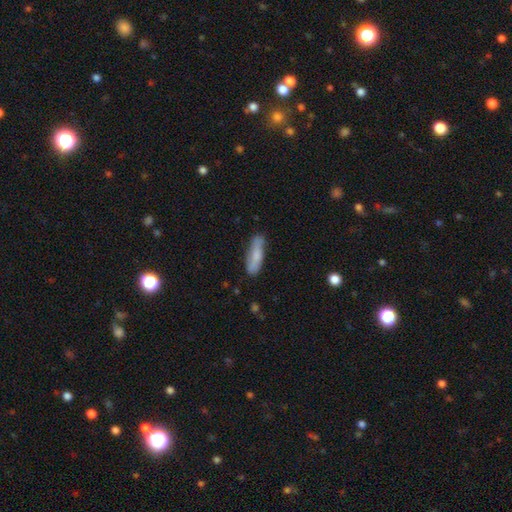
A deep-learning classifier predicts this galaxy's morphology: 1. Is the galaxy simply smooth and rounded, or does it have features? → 75% smooth, 18% featured or disk, 6% star or artifact.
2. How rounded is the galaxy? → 65% cigar-shaped, 34% in between, 2% round.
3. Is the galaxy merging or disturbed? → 75% none, 19% minor disturbance, 4% major disturbance, 2% merger.